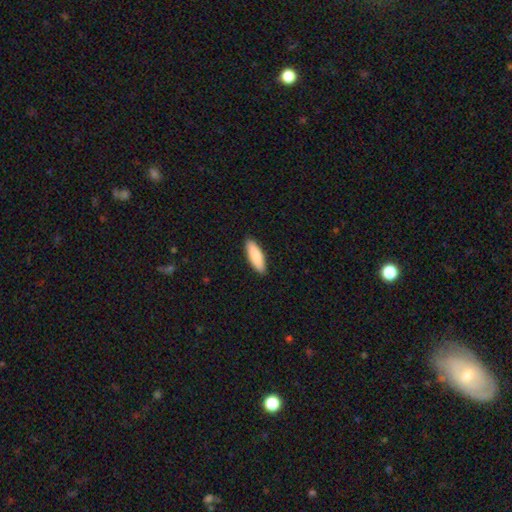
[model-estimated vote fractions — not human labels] The model was most divided on "how rounded": in between: 52%, cigar-shaped: 47%, round: 1%. More confident: merging — none (90%); smooth or featured — smooth (88%).